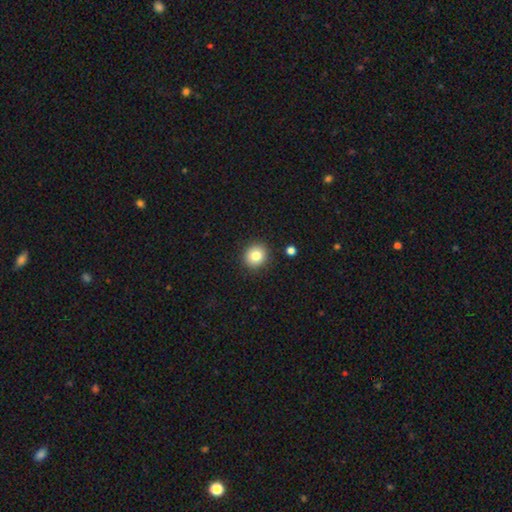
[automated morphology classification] Q: Smooth or featured?
A: smooth (81%); runner-up: star or artifact (10%)
Q: How rounded?
A: round (88%); runner-up: in between (11%)
Q: Merging?
A: none (90%); runner-up: minor disturbance (6%)